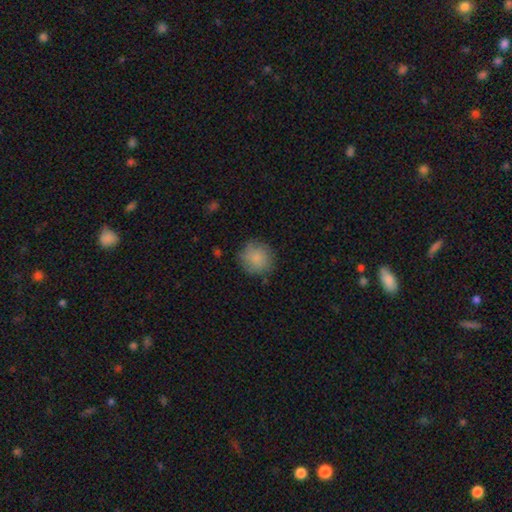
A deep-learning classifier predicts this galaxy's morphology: type=smooth (83%); roundness=round (90%); merging=none (80%).